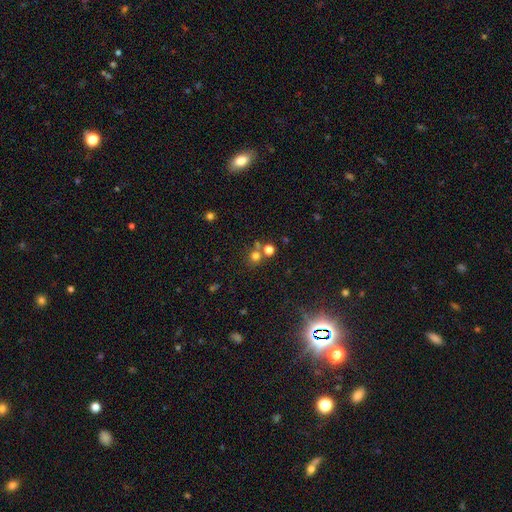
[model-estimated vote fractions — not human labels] Overall: smooth (70%). How rounded: round (86%). Merging: none (60%; merger 28%).